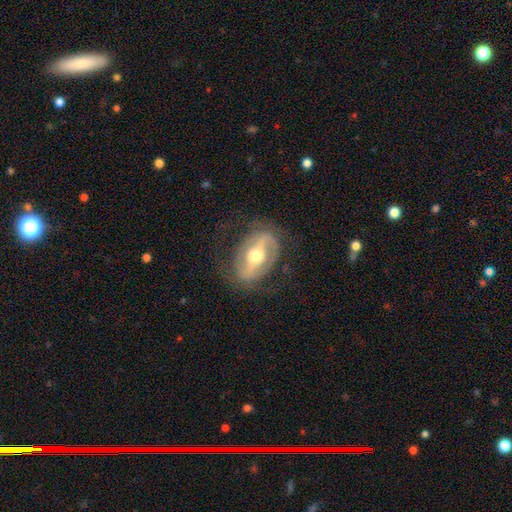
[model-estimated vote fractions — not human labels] Morphology: type=featured or disk (76%); edge-on=no (90%); bar=strong (58%); spiral arms=yes (57%); bulge=moderate (72%); merging=none (72%).